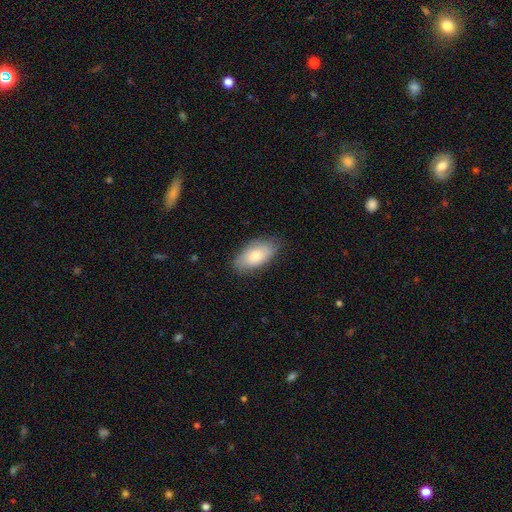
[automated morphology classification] Overall: smooth (75%). How rounded: in between (93%). Merging: none (80%).